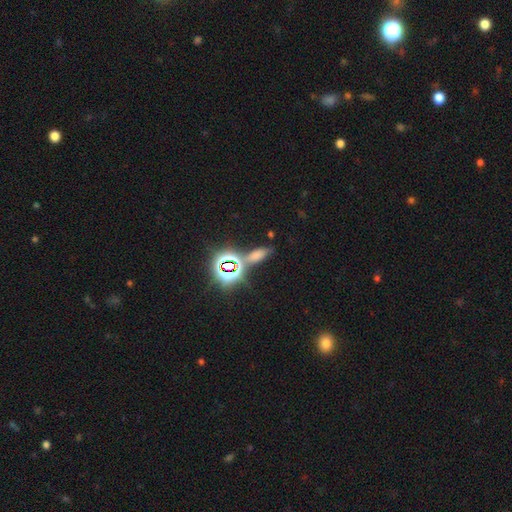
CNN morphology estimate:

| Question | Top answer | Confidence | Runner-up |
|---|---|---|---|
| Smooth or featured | smooth | 53% | star or artifact (37%) |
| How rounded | in between | 61% | cigar-shaped (29%) |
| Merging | none | 66% | minor disturbance (15%) |